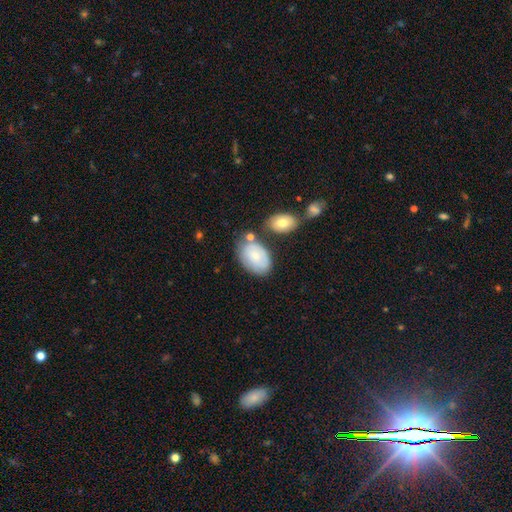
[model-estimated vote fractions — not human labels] Smooth or featured? Predicted: smooth (p=0.72). How rounded? Predicted: in between (p=0.88). Merging? Predicted: none (p=0.59).